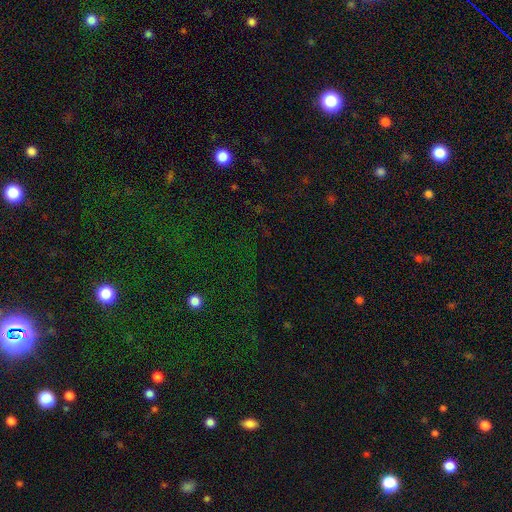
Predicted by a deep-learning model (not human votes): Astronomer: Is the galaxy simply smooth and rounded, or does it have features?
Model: star or artifact — 73%.